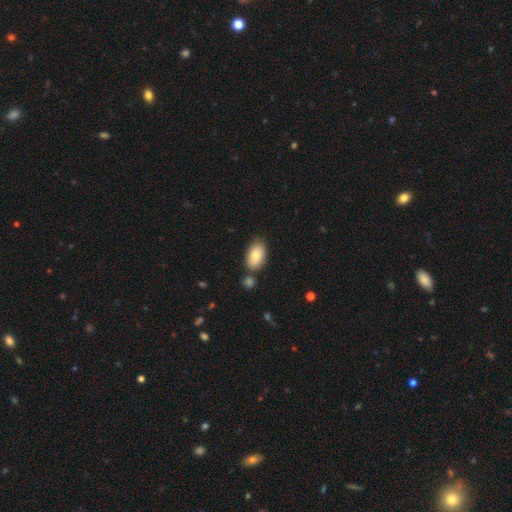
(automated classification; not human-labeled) The model was most divided on "merging": none: 72%, minor disturbance: 14%, merger: 10%, major disturbance: 3%. More confident: how rounded — in between (94%); smooth or featured — smooth (83%).